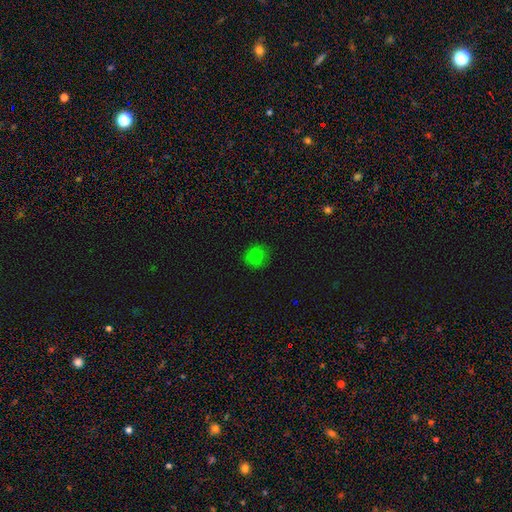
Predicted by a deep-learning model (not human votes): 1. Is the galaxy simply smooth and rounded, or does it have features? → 76% smooth, 17% star or artifact, 7% featured or disk.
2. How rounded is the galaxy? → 83% round, 16% in between, 1% cigar-shaped.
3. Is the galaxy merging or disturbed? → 81% none, 15% minor disturbance, 4% major disturbance, 1% merger.